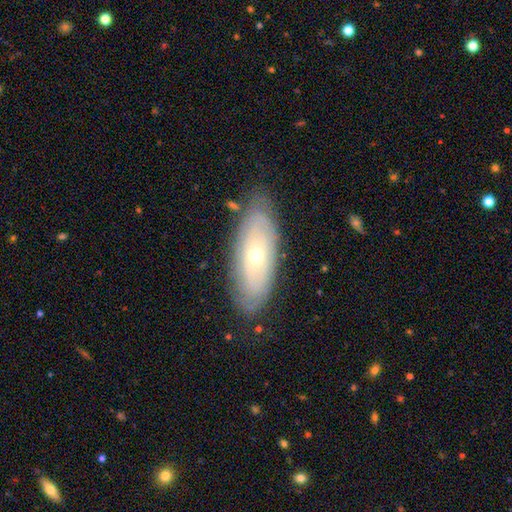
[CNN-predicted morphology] This appears to be a featured or disk galaxy (61%). Merging: none (80%).